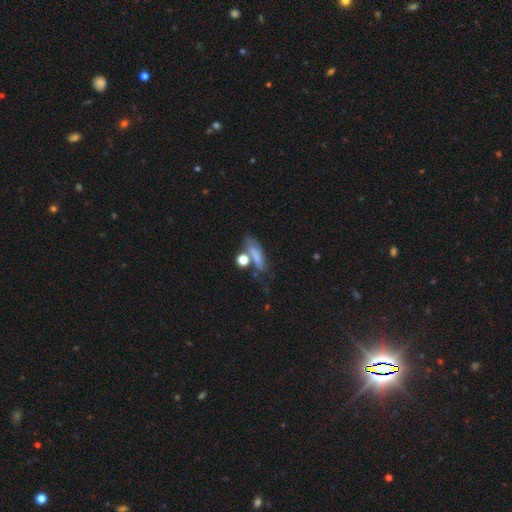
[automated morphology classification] A smooth galaxy with no disk features (60%) that is in between round and cigar-shaped (50%).

Vote fractions:
- Smooth or featured? smooth: 60% / featured or disk: 26% / star or artifact: 14%
- How rounded? in between: 50% / cigar-shaped: 34% / round: 15%
- Merging? none: 41% / minor disturbance: 22% / merger: 19% / major disturbance: 18%